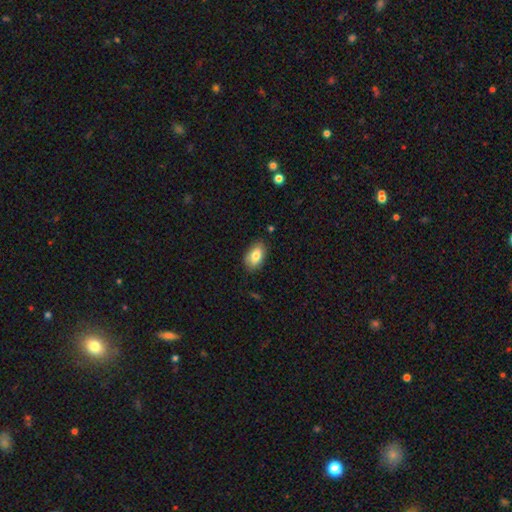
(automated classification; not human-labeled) Morphology: type=smooth (81%); roundness=in between (91%); merging=none (82%).